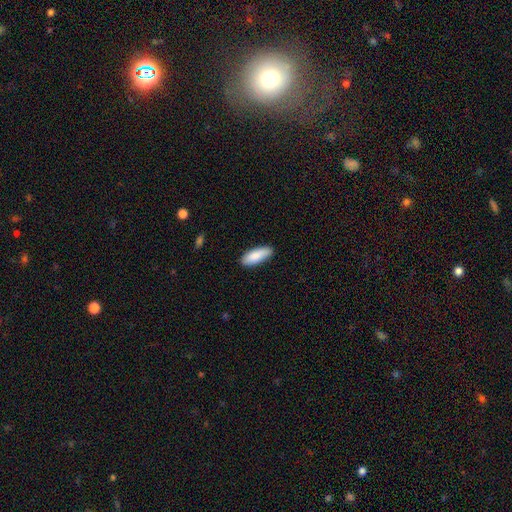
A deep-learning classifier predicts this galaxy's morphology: Smooth or featured? smooth (88%)
How rounded? in between (72%)
Merging? none (85%)